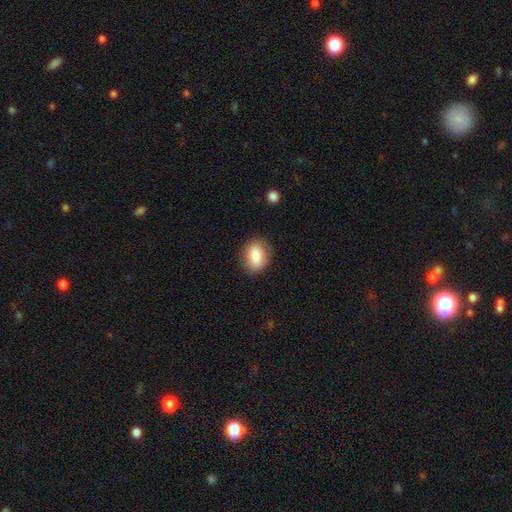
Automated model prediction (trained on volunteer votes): Smooth or featured: smooth — 82% (featured or disk — 11%)
How rounded: in between — 66% (round — 33%)
Merging: none — 83% (minor disturbance — 13%)